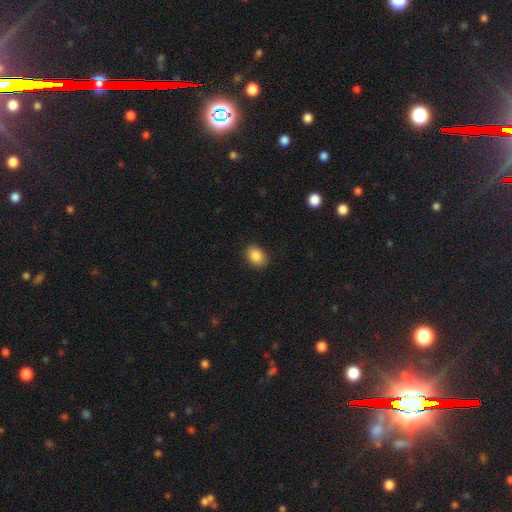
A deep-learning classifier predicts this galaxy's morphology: type=smooth (88%); roundness=in between (63%); merging=none (88%).